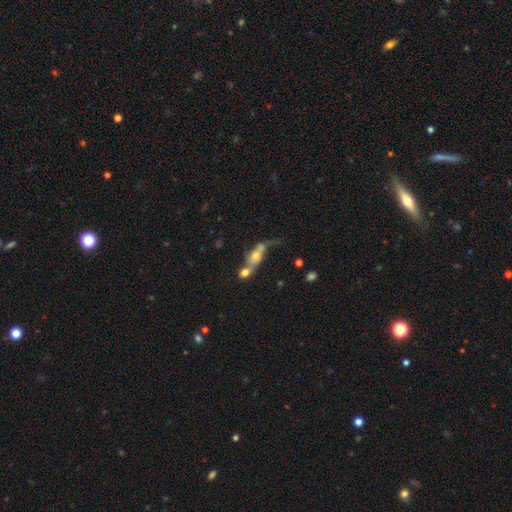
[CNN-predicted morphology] Smooth or featured: smooth — 48% (featured or disk — 40%)
Merging: merger — 51% (none — 22%)